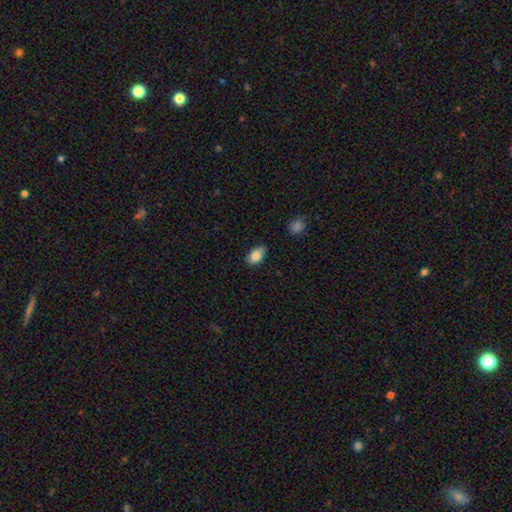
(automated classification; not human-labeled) Q: Smooth or featured?
A: smooth (85%); runner-up: star or artifact (8%)
Q: How rounded?
A: in between (88%); runner-up: round (9%)
Q: Merging?
A: none (71%); runner-up: minor disturbance (23%)